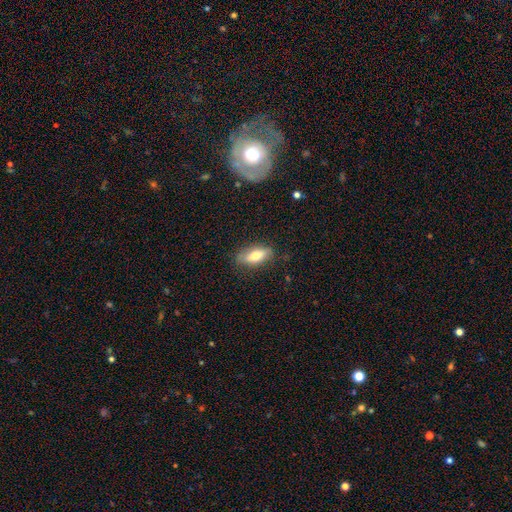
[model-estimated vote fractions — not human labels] smooth_or_featured: smooth (p=0.70) [alt: featured or disk p=0.24]
how_rounded: in between (p=0.80) [alt: cigar-shaped p=0.17]
merging: none (p=0.80) [alt: minor disturbance p=0.16]